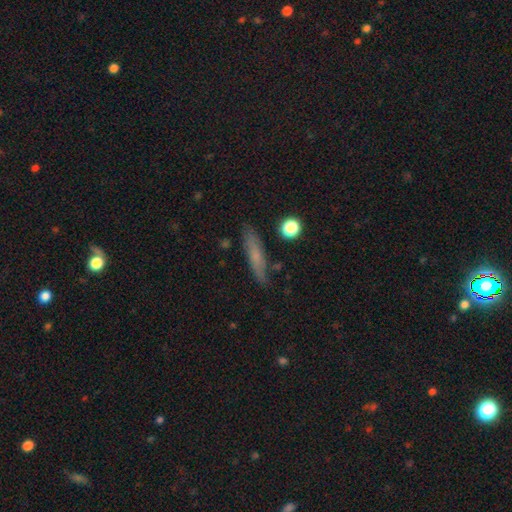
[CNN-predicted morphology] Smooth or featured? smooth (58%)
How rounded? cigar-shaped (85%)
Merging? none (83%)